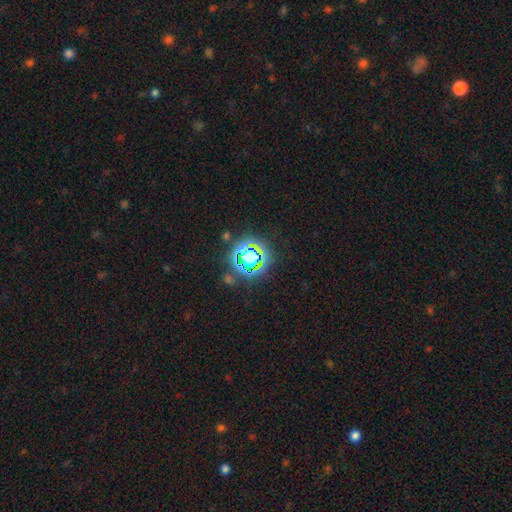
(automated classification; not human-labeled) Q: Smooth or featured?
A: star or artifact (69%); runner-up: smooth (21%)